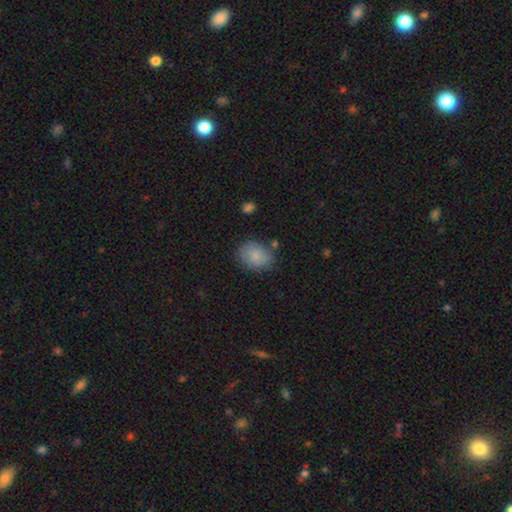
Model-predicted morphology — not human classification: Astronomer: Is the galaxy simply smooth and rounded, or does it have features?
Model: smooth — 83%.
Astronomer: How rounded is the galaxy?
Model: in between — 52% (runner-up: round, 47%).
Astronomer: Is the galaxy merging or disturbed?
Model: none — 73%.